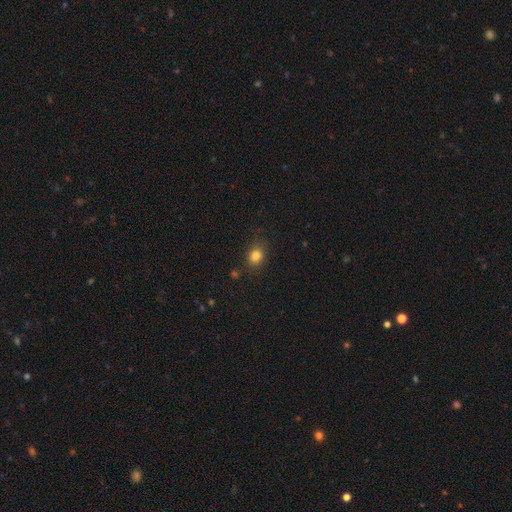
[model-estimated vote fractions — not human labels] smooth_or_featured: smooth (p=0.83) [alt: star or artifact p=0.12]
how_rounded: round (p=0.54) [alt: in between p=0.45]
merging: none (p=0.81) [alt: minor disturbance p=0.13]